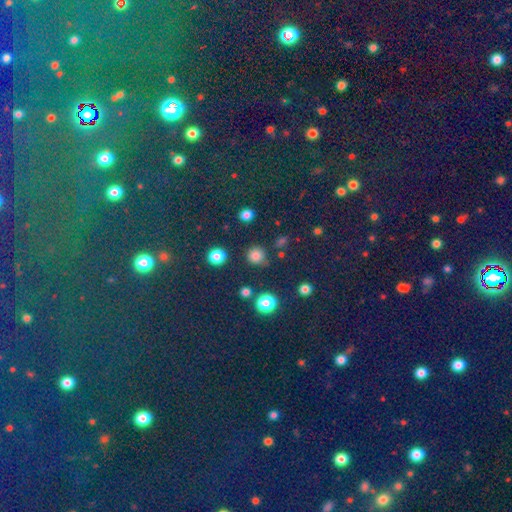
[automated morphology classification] A smooth galaxy with no disk features (78%) that is round (89%).

Vote fractions:
- Smooth or featured? smooth: 78% / star or artifact: 18% / featured or disk: 5%
- How rounded? round: 89% / in between: 10% / cigar-shaped: 1%
- Merging? none: 78% / minor disturbance: 12% / merger: 6% / major disturbance: 5%